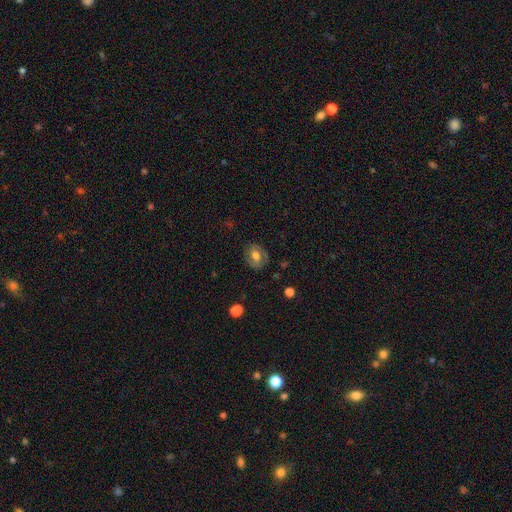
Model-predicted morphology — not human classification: The model was most divided on "how rounded": in between: 54%, round: 45%, cigar-shaped: 1%. More confident: merging — none (76%); smooth or featured — smooth (54%).